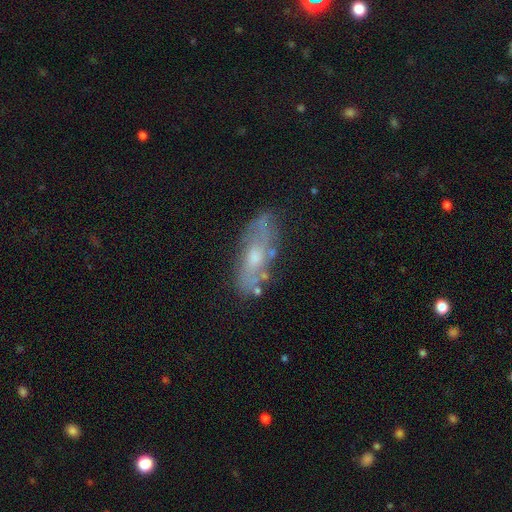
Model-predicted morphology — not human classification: Overall: featured or disk (62%; smooth 30%). Edge-on disk: no (77%). Merging: none (69%).